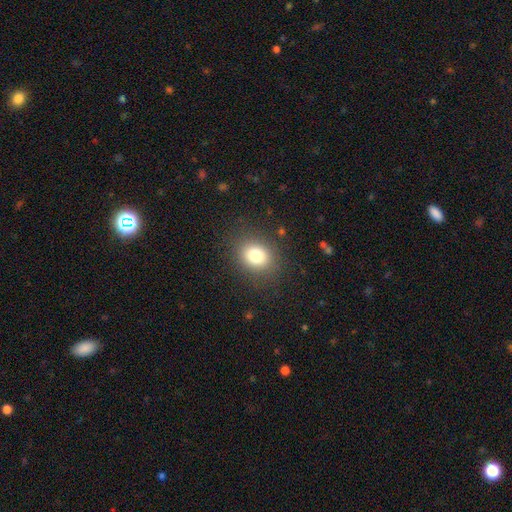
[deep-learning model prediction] A smooth galaxy with no disk features (80%) that is round (60%).

Vote fractions:
- Smooth or featured? smooth: 80% / star or artifact: 12% / featured or disk: 8%
- How rounded? round: 60% / in between: 39% / cigar-shaped: 1%
- Merging? none: 86% / minor disturbance: 9% / major disturbance: 4% / merger: 1%